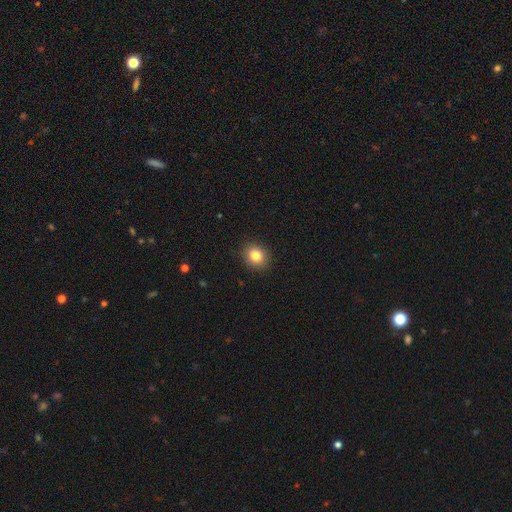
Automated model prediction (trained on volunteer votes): Morphology: type=smooth (83%); roundness=round (67%); merging=none (90%).